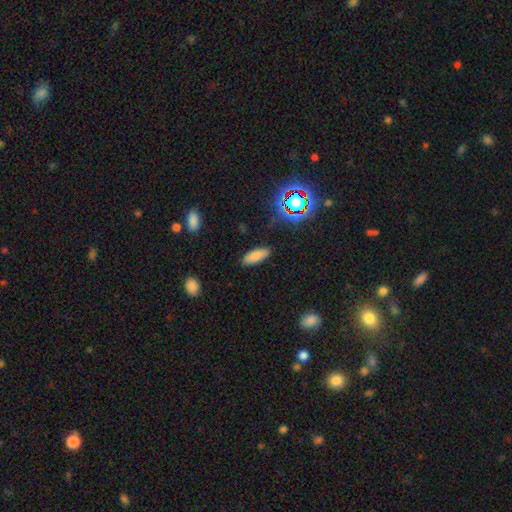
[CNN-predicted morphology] Q: Smooth or featured?
A: smooth (83%); runner-up: star or artifact (10%)
Q: How rounded?
A: in between (75%); runner-up: cigar-shaped (23%)
Q: Merging?
A: none (86%); runner-up: minor disturbance (10%)